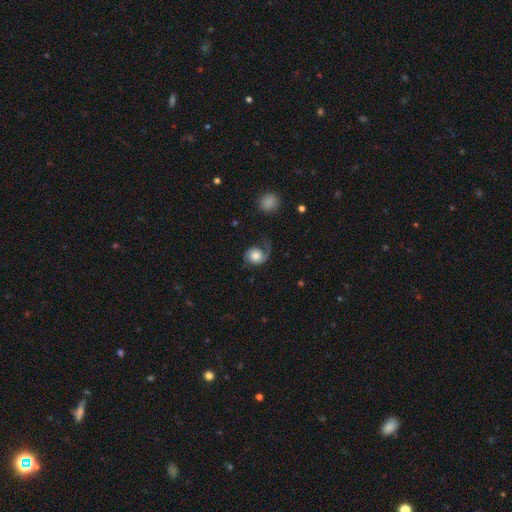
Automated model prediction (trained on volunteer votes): This appears to be a featured or disk galaxy (46%, tied with smooth). Merging: none (41%).